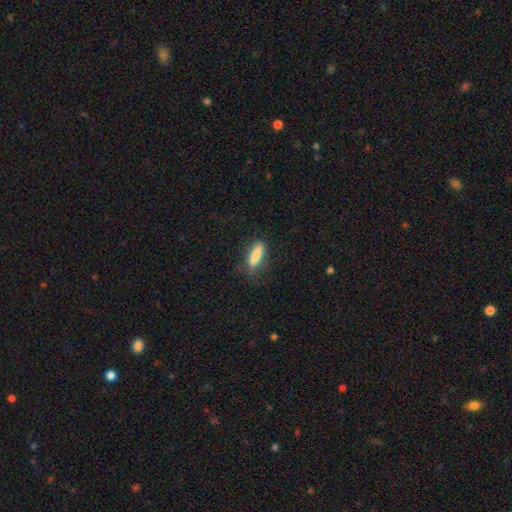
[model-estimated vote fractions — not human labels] A smooth galaxy with no disk features (81%) that is cigar-shaped (67%). Merging: none (74%).